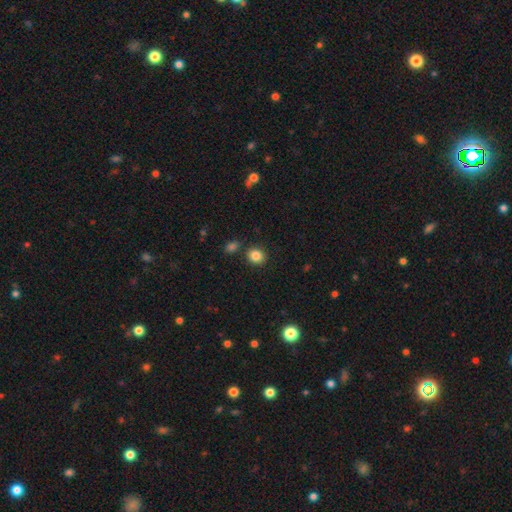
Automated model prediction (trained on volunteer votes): A smooth galaxy with no disk features (85%) that is round (74%). Merging: none (83%).